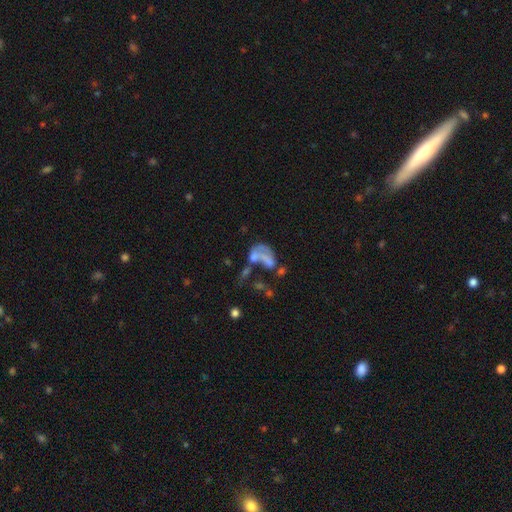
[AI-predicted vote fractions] Smooth or featured? Predicted: featured or disk (p=0.48). Merging? Predicted: merger (p=0.41).